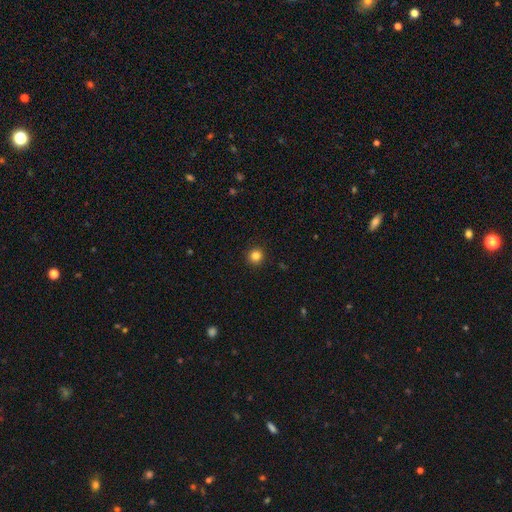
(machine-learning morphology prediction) The model was most divided on "smooth or featured": smooth: 83%, star or artifact: 12%, featured or disk: 5%. More confident: how rounded — round (94%); merging — none (92%).